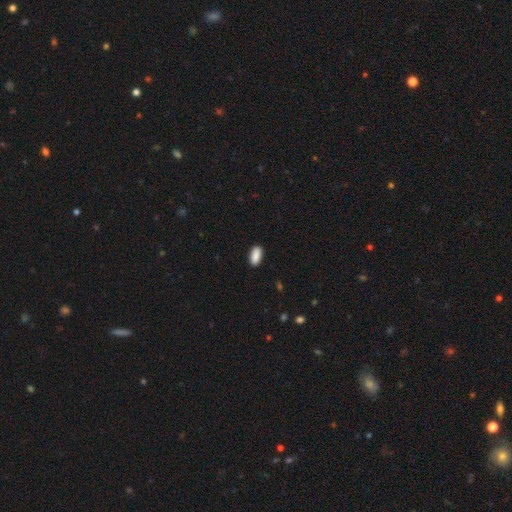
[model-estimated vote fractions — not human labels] A smooth galaxy with no disk features (90%) that is in between round and cigar-shaped (90%).

Vote fractions:
- Smooth or featured? smooth: 90% / star or artifact: 6% / featured or disk: 3%
- How rounded? in between: 90% / cigar-shaped: 7% / round: 3%
- Merging? none: 89% / minor disturbance: 8% / major disturbance: 2% / merger: 1%